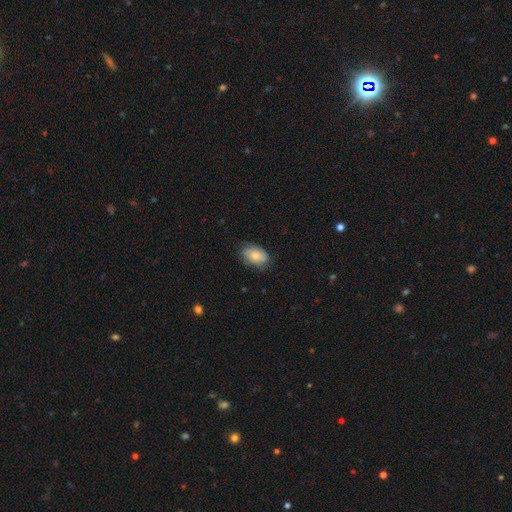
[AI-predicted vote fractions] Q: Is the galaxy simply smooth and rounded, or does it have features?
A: smooth — 75%.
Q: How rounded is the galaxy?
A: in between — 89%.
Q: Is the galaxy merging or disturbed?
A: none — 73%.